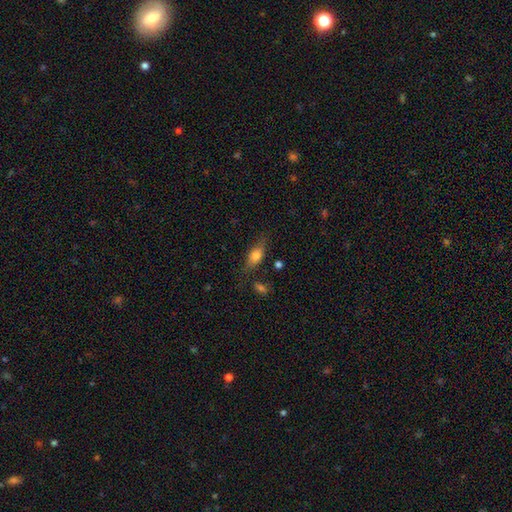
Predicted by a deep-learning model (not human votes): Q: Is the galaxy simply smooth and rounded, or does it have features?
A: smooth — 66%.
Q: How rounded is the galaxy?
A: in between — 73%.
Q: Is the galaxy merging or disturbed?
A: none — 72%.